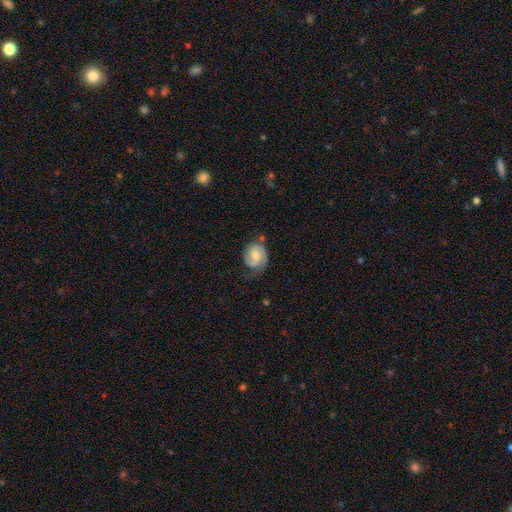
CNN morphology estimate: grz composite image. It shows a featured or disk galaxy (61%) with no bar (48%), 2 (57%) tight (41%, tied with medium) spiral arms (90%) and a moderate central bulge (44%). Merging: none (55%).